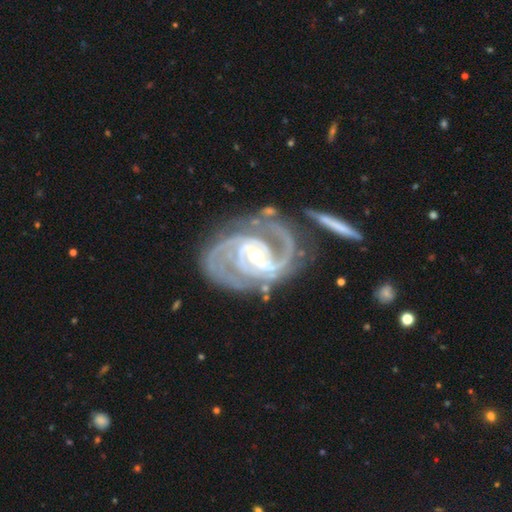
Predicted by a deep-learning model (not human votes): This appears to be a featured or disk galaxy (94%) with a weak bar (39%), 2 (55%) tight (53%) spiral arms (99%) and a moderate central bulge (59%). Merging: none (61%).